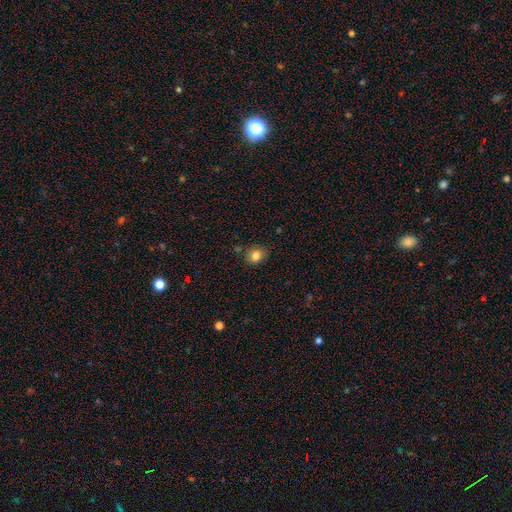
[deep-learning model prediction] This appears to be a smooth galaxy with no disk features (82%) that is round (64%). Merging: none (81%).